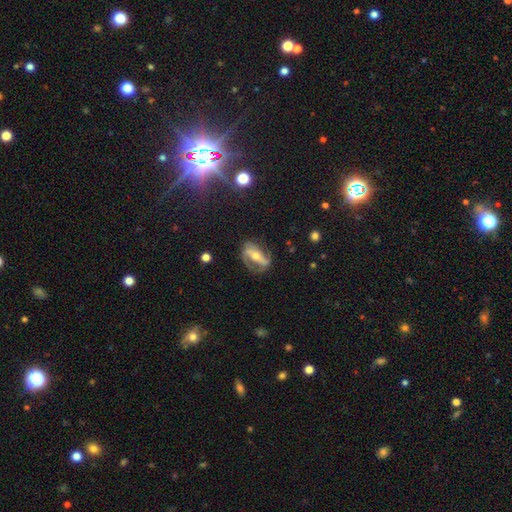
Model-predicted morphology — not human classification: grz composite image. It shows a featured or disk galaxy (78%) with a strong bar (61%), 2 (84%) medium (39%) spiral arms (83%) and a moderate central bulge (58%). Merging: none (69%).